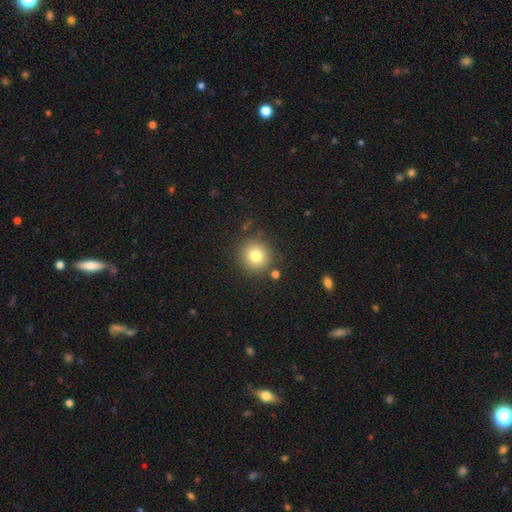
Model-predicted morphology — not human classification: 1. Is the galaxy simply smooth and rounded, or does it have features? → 78% smooth, 12% star or artifact, 9% featured or disk.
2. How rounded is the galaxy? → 93% round, 6% in between, 1% cigar-shaped.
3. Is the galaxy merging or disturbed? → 85% none, 8% minor disturbance, 4% merger, 3% major disturbance.